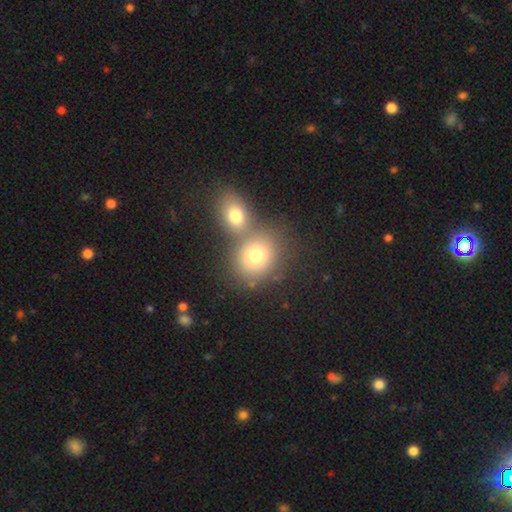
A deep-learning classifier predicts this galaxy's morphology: This appears to be a smooth galaxy with no disk features (75%) that is round (67%). Merging: none (47%).